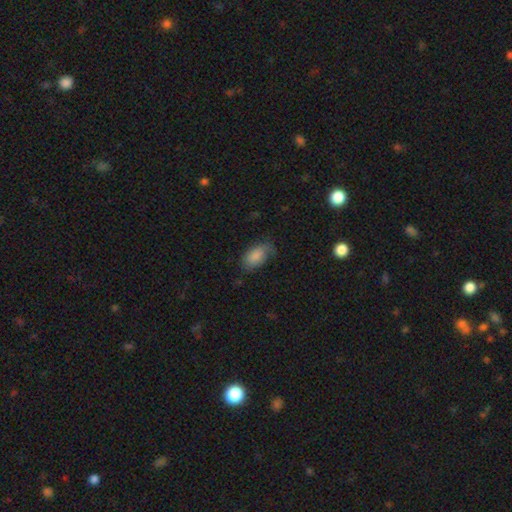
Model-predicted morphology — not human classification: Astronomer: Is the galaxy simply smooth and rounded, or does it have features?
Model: smooth — 81%.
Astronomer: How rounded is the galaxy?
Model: in between — 93%.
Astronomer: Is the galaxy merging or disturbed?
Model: none — 57%.